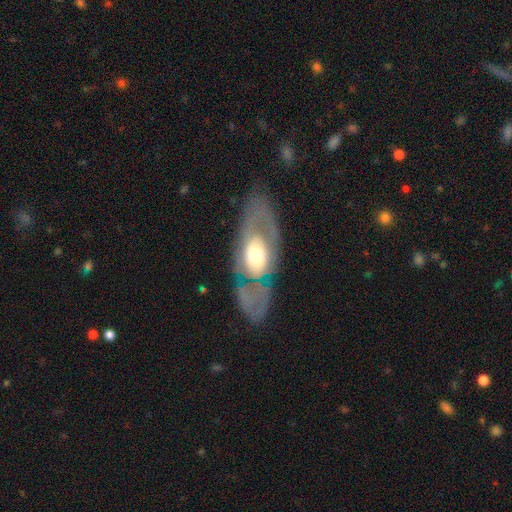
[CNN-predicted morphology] smooth-or-featured: featured or disk: 59% | smooth: 35% | star or artifact: 7%
  disk-edge-on: no: 86% | yes: 14%
    bar: no: 81% | weak: 14% | strong: 5%
    has-spiral-arms: no: 67% | yes: 33%
    bulge-size: moderate: 57% | large: 20% | small: 19% | dominant: 3% | none: 1%
  merging: none: 46% | major disturbance: 24% | minor disturbance: 19% | merger: 12%